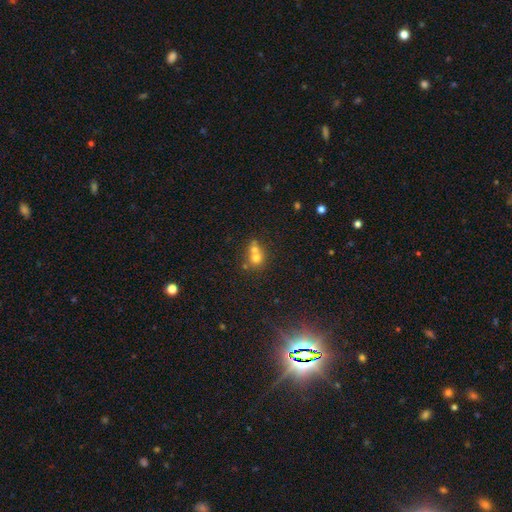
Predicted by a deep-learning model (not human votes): The model was most divided on "merging": merger: 60%, none: 30%, minor disturbance: 6%, major disturbance: 3%. More confident: how rounded — round (76%); smooth or featured — smooth (65%).